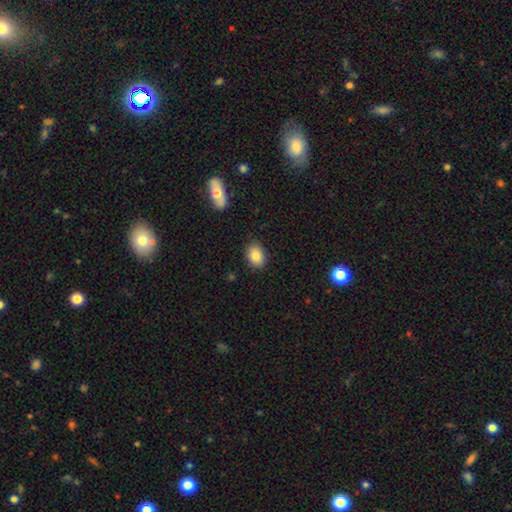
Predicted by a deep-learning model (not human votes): Overall: smooth (85%). How rounded: in between (75%). Merging: none (87%).